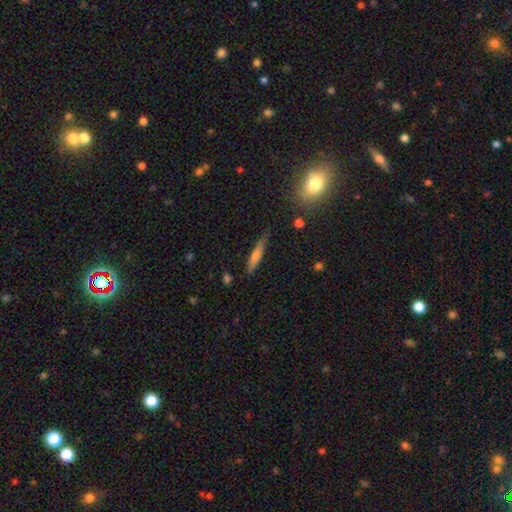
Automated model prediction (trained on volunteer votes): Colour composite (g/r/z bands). It shows a smooth galaxy with no disk features (53%) that is cigar-shaped (88%). Merging: none (81%).